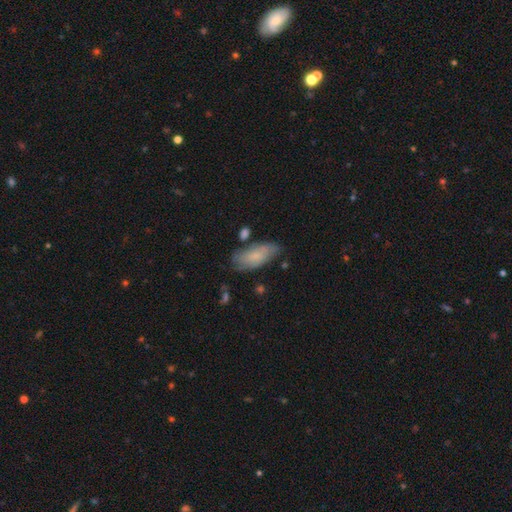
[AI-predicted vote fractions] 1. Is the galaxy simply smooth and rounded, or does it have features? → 71% smooth, 23% featured or disk, 6% star or artifact.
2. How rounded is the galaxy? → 85% in between, 13% cigar-shaped, 2% round.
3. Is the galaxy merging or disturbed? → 65% none, 24% minor disturbance, 6% major disturbance, 5% merger.